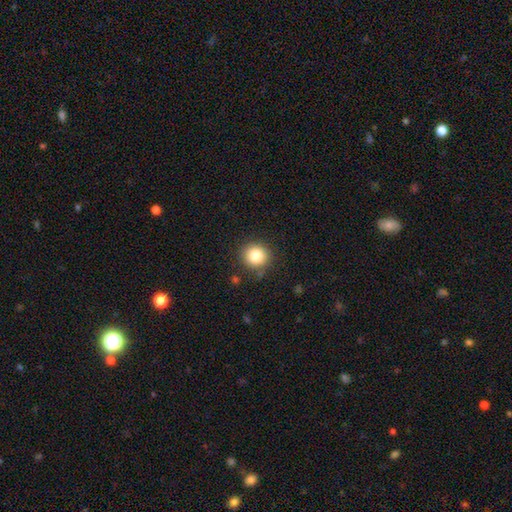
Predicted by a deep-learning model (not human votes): A smooth galaxy with no disk features (83%) that is round (91%).

Vote fractions:
- Smooth or featured? smooth: 83% / star or artifact: 11% / featured or disk: 6%
- How rounded? round: 91% / in between: 8% / cigar-shaped: 1%
- Merging? none: 88% / minor disturbance: 8% / major disturbance: 3% / merger: 2%